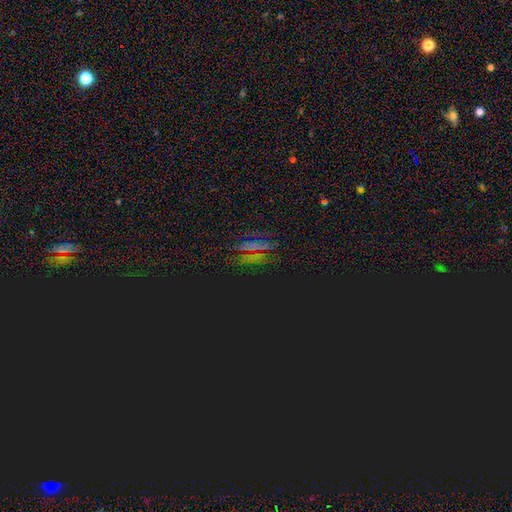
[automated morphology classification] This appears to be a star or artifact, not a galaxy (72%).